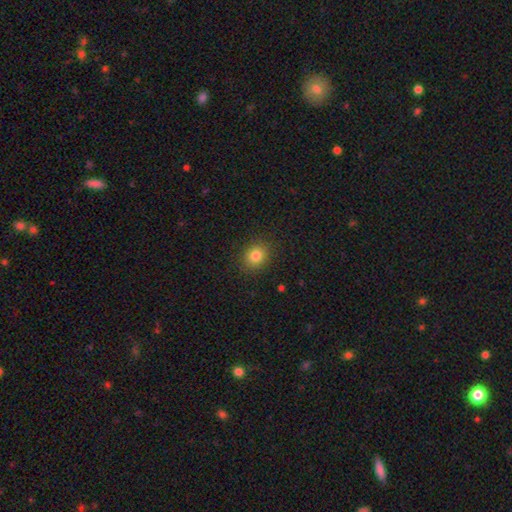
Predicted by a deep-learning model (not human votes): Morphology: type=smooth (82%); roundness=round (66%); merging=none (89%).